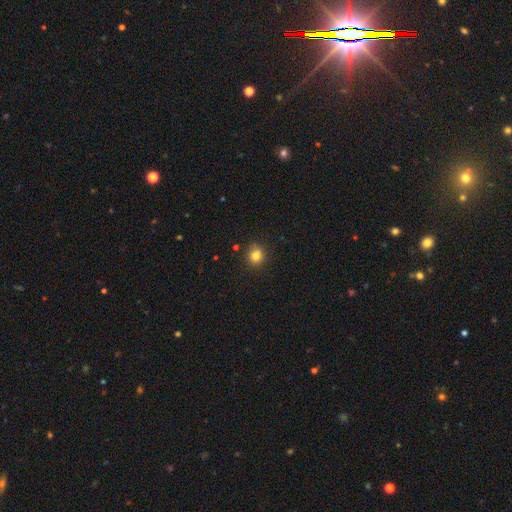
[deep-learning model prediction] Smooth or featured? Predicted: smooth (p=0.82). How rounded? Predicted: round (p=0.81). Merging? Predicted: none (p=0.78).